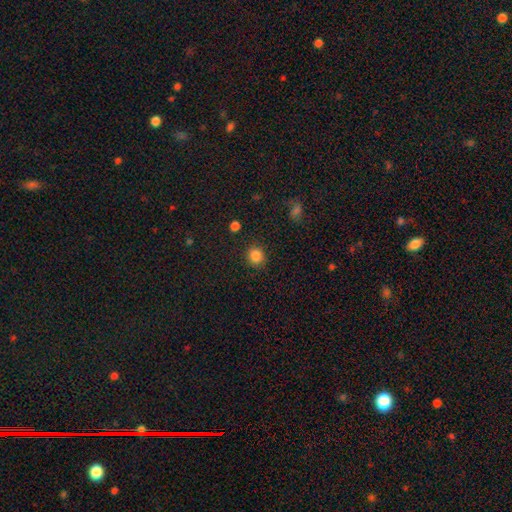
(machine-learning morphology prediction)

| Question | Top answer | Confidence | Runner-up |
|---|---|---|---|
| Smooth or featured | smooth | 85% | star or artifact (11%) |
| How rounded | round | 87% | in between (12%) |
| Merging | none | 89% | minor disturbance (7%) |